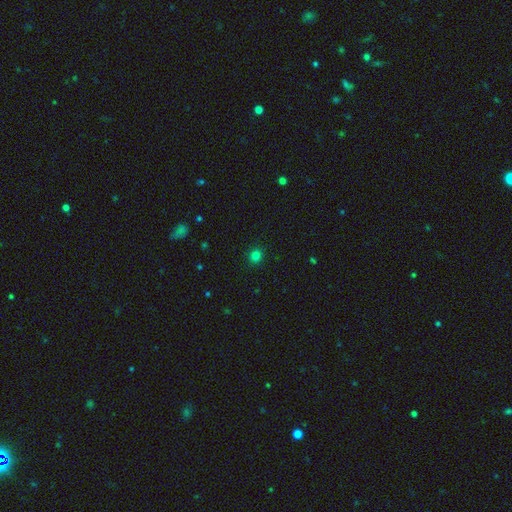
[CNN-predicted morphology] A smooth galaxy with no disk features (79%) that is round (89%).

Vote fractions:
- Smooth or featured? smooth: 79% / star or artifact: 16% / featured or disk: 4%
- How rounded? round: 89% / in between: 10% / cigar-shaped: 1%
- Merging? none: 91% / minor disturbance: 6% / major disturbance: 2% / merger: 1%